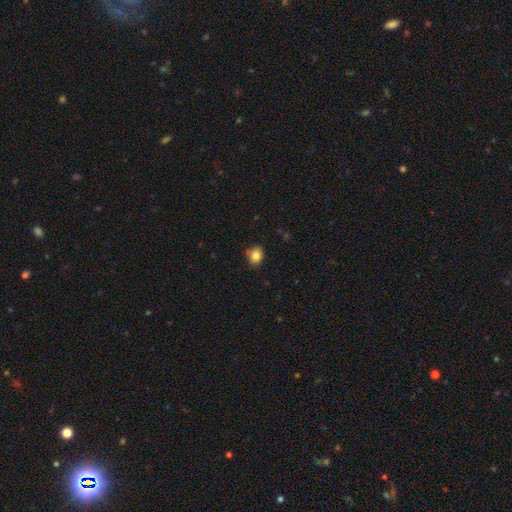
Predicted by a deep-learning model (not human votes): A smooth galaxy with no disk features (82%) that is round (59%). Merging: none (73%).